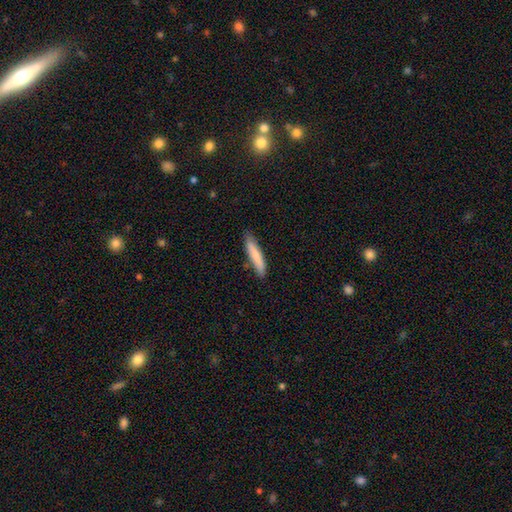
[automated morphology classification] The model was most divided on "smooth or featured": smooth: 78%, featured or disk: 17%, star or artifact: 6%. More confident: how rounded — cigar-shaped (88%); merging — none (81%).